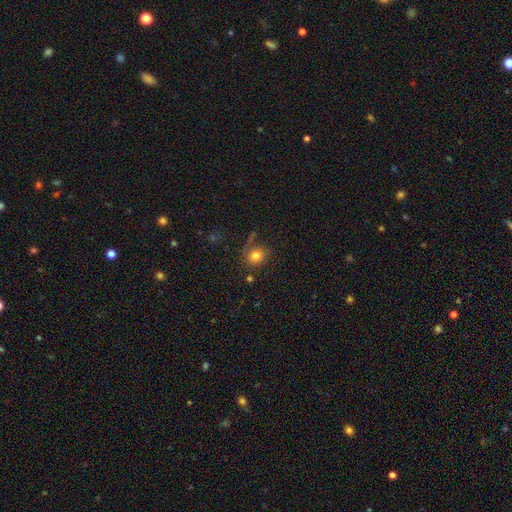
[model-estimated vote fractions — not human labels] Q: Smooth or featured?
A: smooth (78%); runner-up: featured or disk (12%)
Q: How rounded?
A: round (79%); runner-up: in between (20%)
Q: Merging?
A: none (65%); runner-up: minor disturbance (17%)